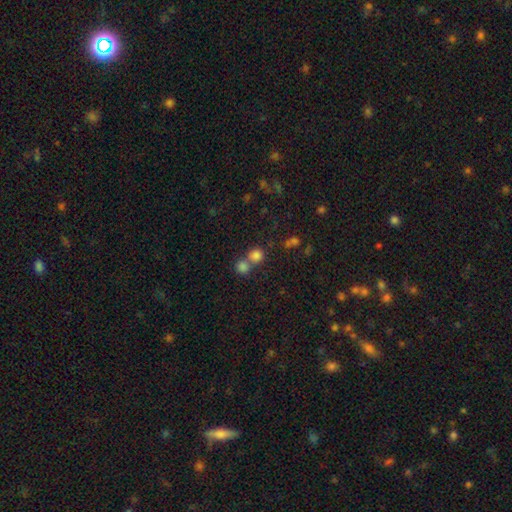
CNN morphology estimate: This appears to be a smooth galaxy with no disk features (79%) that is round (87%). Merging: none (50%).